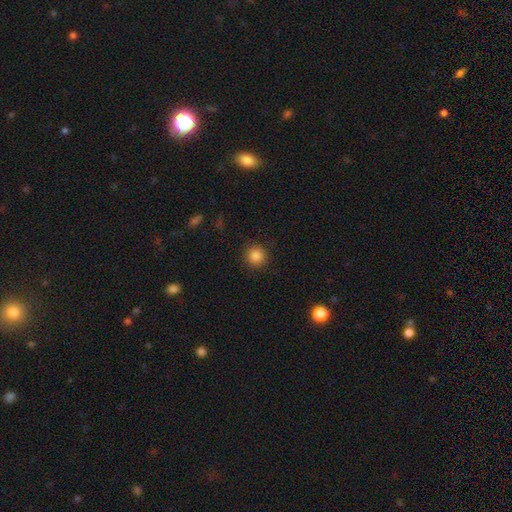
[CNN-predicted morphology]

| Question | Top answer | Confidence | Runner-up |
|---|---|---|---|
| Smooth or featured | smooth | 85% | star or artifact (11%) |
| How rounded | round | 94% | in between (5%) |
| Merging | none | 91% | minor disturbance (6%) |